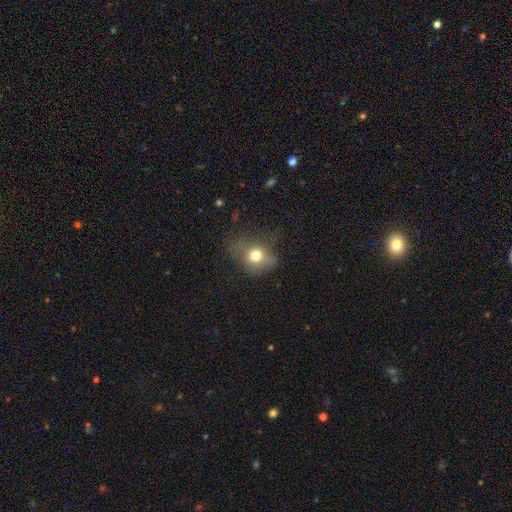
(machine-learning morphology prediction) A smooth galaxy with no disk features (70%) that is round (54%). Merging: none (49%).